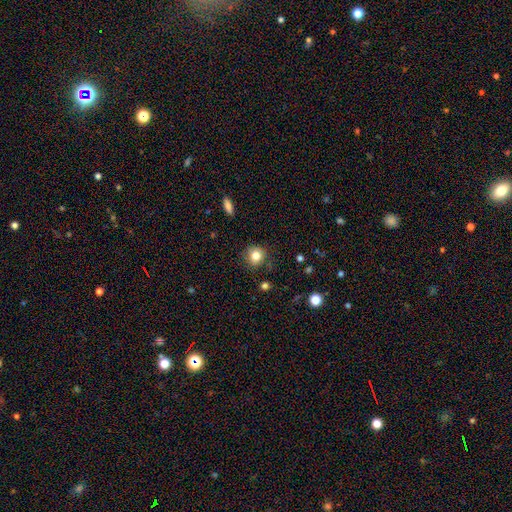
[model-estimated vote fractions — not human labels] Smooth or featured? smooth (82%)
How rounded? round (86%)
Merging? none (81%)